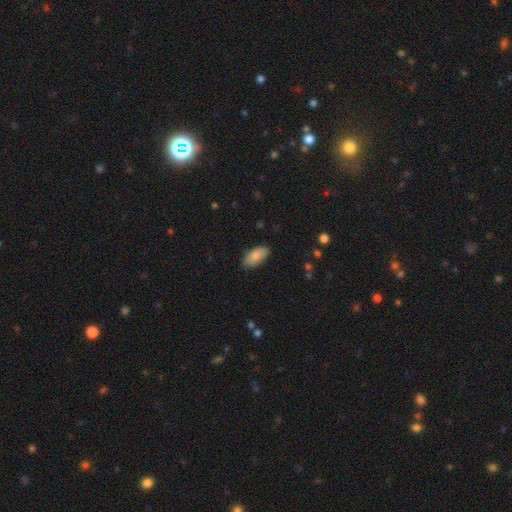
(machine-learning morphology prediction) smooth 86%, featured or disk 8%, star or artifact 6%. Down the decision tree: how rounded — in between (91%); merging — none (83%).